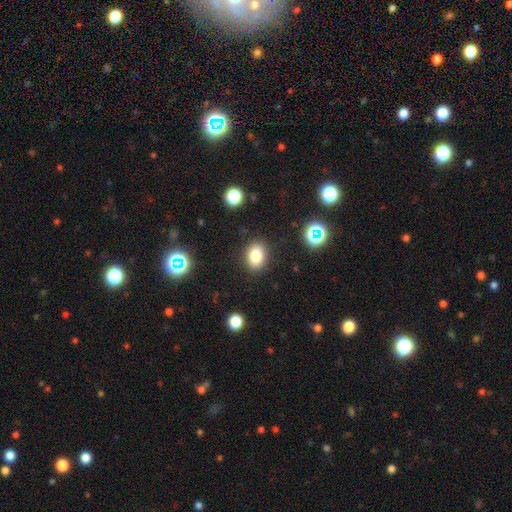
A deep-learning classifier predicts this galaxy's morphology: Smooth or featured?
  - smooth: 81% *
  - star or artifact: 11%
  - featured or disk: 8%
How rounded?
  - in between: 71% *
  - round: 28%
  - cigar-shaped: 1%
Merging?
  - none: 87% *
  - minor disturbance: 9%
  - major disturbance: 3%
  - merger: 2%